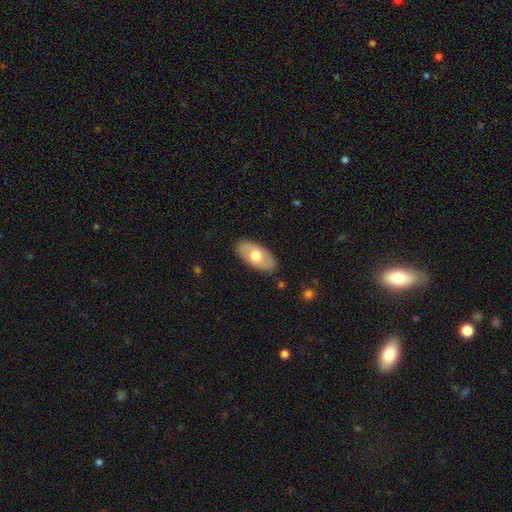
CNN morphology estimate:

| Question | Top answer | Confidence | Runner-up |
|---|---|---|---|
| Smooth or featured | smooth | 62% | featured or disk (33%) |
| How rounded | in between | 94% | round (4%) |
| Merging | none | 85% | minor disturbance (11%) |